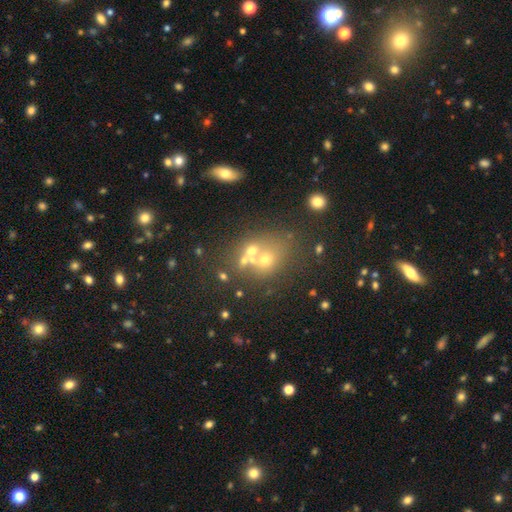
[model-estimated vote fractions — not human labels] smooth 50%, featured or disk 26%, star or artifact 24%. Down the decision tree: merging — merger (42%).